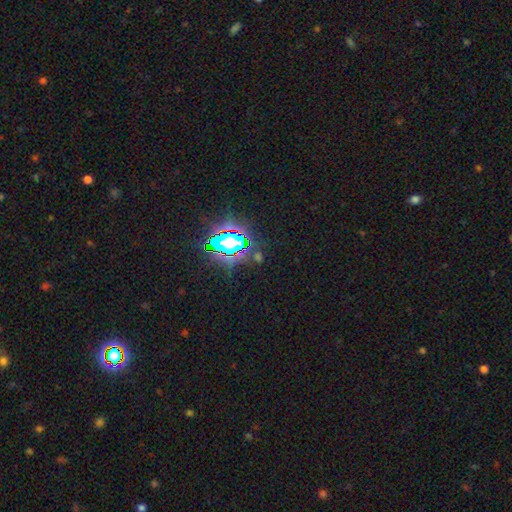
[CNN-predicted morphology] This appears to be a star or artifact, not a galaxy (74%).